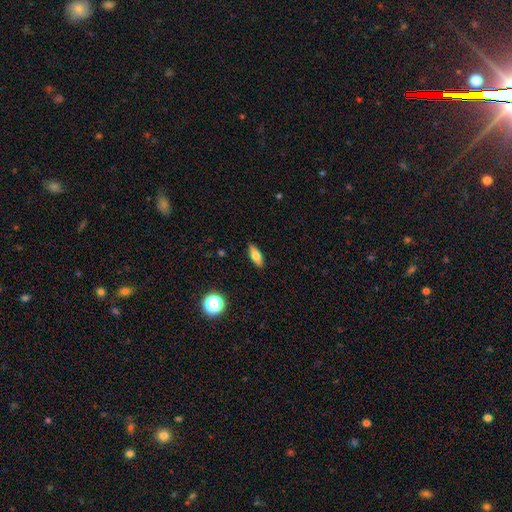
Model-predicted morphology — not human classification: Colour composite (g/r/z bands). It shows a smooth galaxy with no disk features (70%) that is in between round and cigar-shaped (68%). Merging: none (89%).